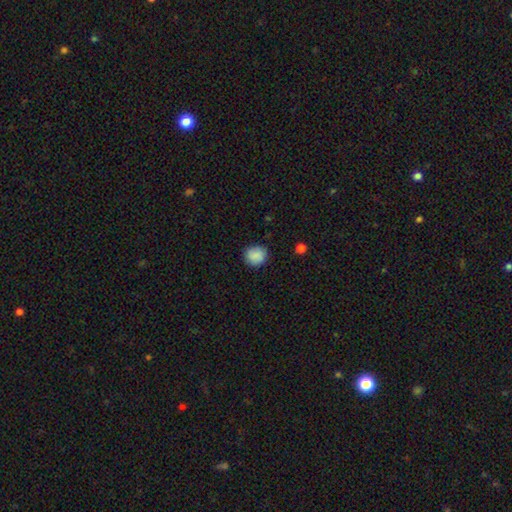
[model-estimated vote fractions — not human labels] This is clearly a smooth galaxy (88%). How rounded: clearly round (86%). Merging: clearly none (86%).